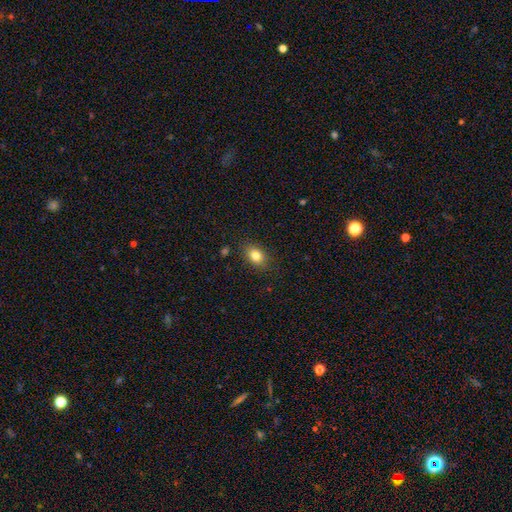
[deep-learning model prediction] Smooth or featured: smooth — 82% (star or artifact — 10%)
How rounded: in between — 76% (round — 23%)
Merging: none — 85% (minor disturbance — 11%)